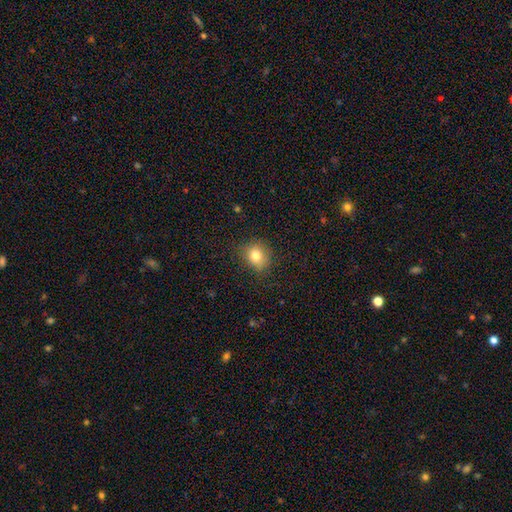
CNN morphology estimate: Smooth or featured? Predicted: smooth (p=0.80). How rounded? Predicted: round (p=0.68). Merging? Predicted: none (p=0.79).